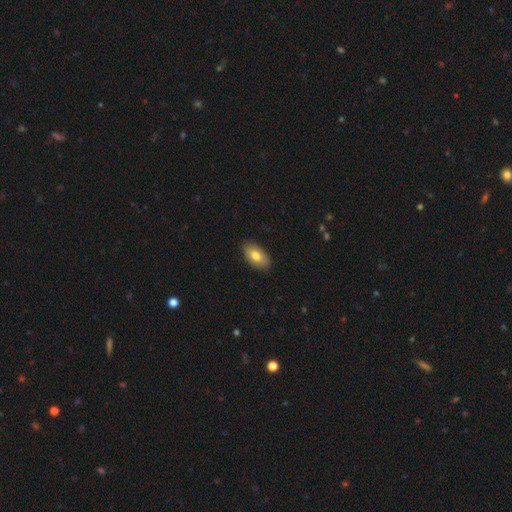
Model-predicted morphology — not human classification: Smooth or featured? Predicted: smooth (p=0.76). How rounded? Predicted: in between (p=0.94). Merging? Predicted: none (p=0.88).